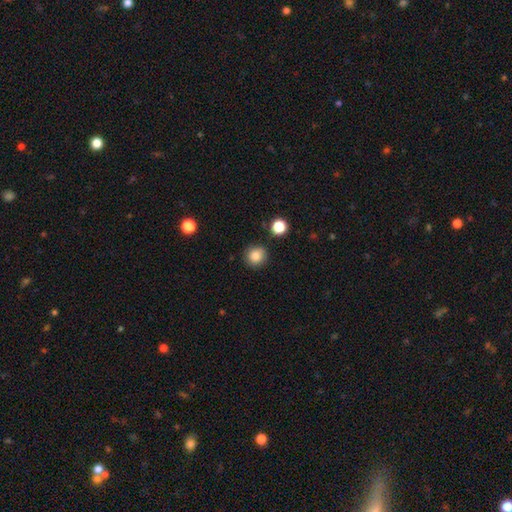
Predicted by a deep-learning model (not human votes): Smooth or featured: smooth — 86% (star or artifact — 10%)
How rounded: round — 92% (in between — 7%)
Merging: none — 87% (minor disturbance — 8%)